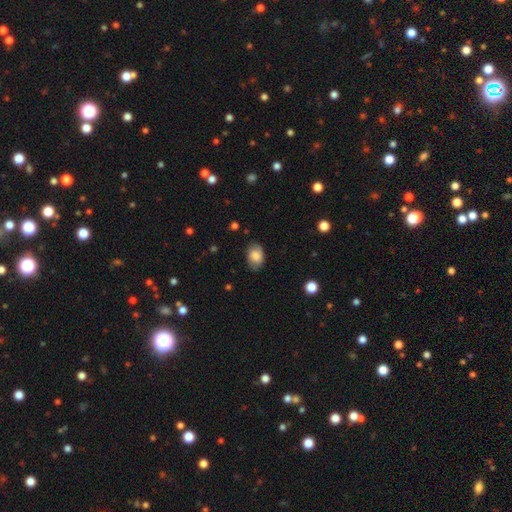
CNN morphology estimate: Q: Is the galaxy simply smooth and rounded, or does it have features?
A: smooth — 78%.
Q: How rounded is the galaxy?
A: in between — 83%.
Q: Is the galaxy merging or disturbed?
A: none — 80%.